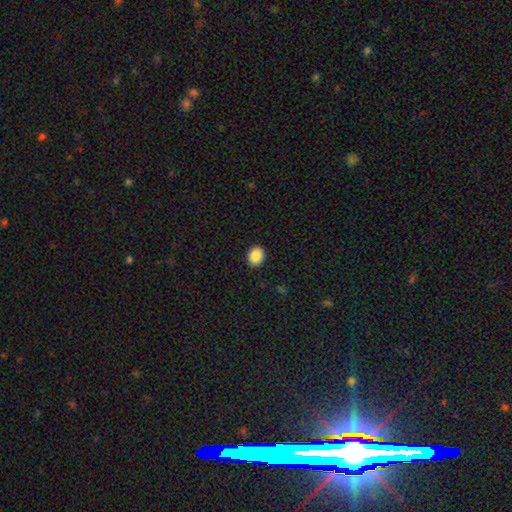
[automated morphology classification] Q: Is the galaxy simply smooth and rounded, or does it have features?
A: smooth — 89%.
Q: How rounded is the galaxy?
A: round — 58%.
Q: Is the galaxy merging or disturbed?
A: none — 91%.